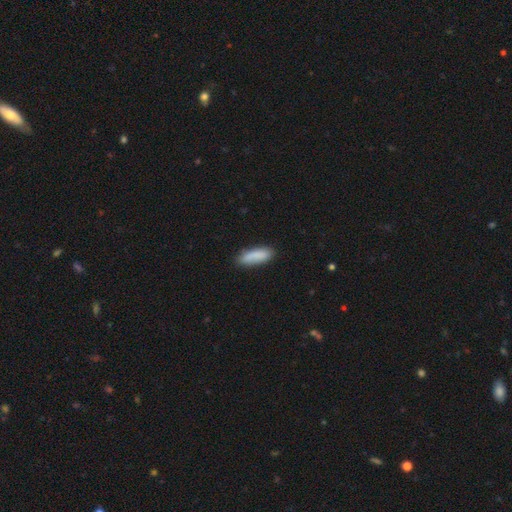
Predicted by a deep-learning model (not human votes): smooth 87%, featured or disk 7%, star or artifact 6%. Down the decision tree: how rounded — in between (51%); merging — none (81%).